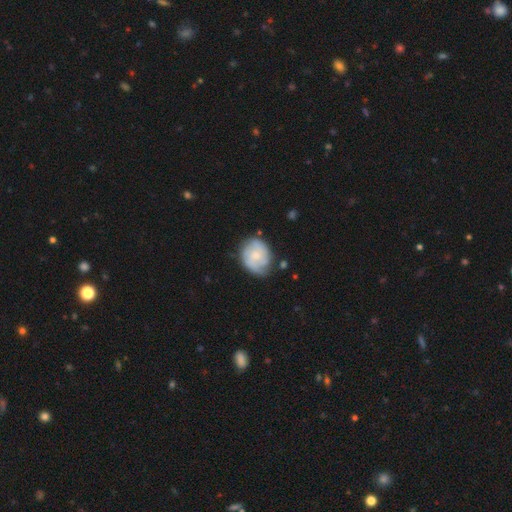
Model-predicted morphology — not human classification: Q: Smooth or featured?
A: featured or disk (60%); runner-up: smooth (34%)
Q: Edge-on disk?
A: no (98%); runner-up: yes (2%)
Q: Bar?
A: no (72%); runner-up: weak (25%)
Q: Spiral arms?
A: yes (84%); runner-up: no (16%)
Q: Bulge size?
A: small (45%); runner-up: moderate (37%)
Q: Merging?
A: none (64%); runner-up: minor disturbance (25%)